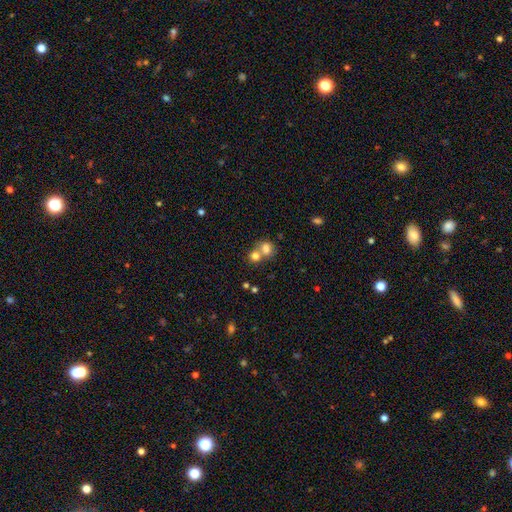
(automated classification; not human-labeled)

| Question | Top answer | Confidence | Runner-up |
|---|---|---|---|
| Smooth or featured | smooth | 77% | featured or disk (12%) |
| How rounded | round | 72% | in between (27%) |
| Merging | merger | 57% | none (34%) |